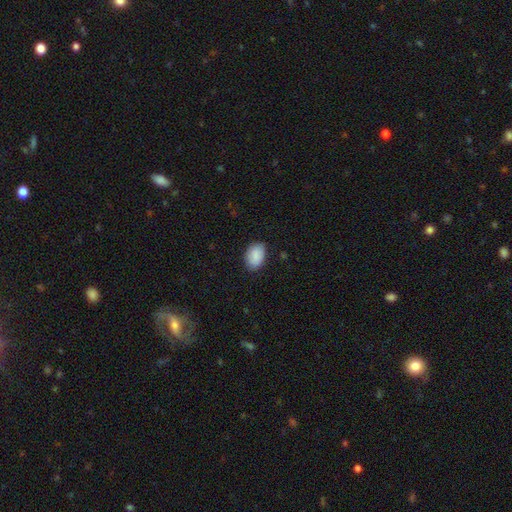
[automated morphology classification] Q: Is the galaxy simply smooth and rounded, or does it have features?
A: smooth — 88%.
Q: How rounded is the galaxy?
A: in between — 85%.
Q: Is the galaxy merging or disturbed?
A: none — 81%.